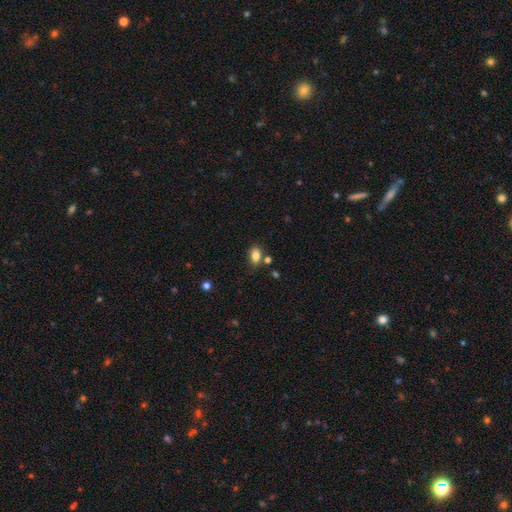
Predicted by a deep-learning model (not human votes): smooth-or-featured: smooth: 83% | star or artifact: 10% | featured or disk: 7%
  how-rounded: in between: 82% | round: 16% | cigar-shaped: 2%
  merging: none: 70% | minor disturbance: 16% | merger: 10% | major disturbance: 4%